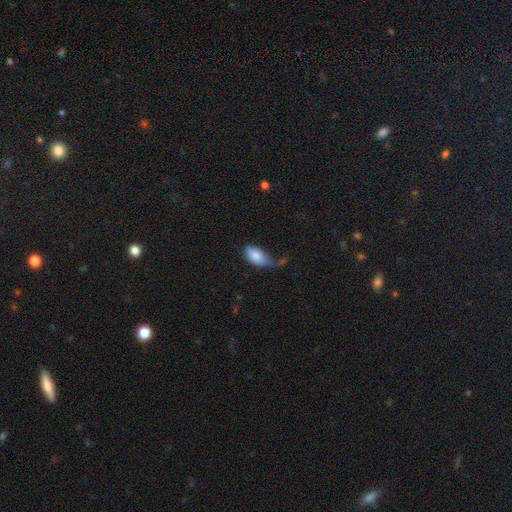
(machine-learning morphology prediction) smooth-or-featured: smooth: 81% | featured or disk: 13% | star or artifact: 7%
  how-rounded: in between: 93% | round: 4% | cigar-shaped: 3%
  merging: minor disturbance: 32% | none: 29% | major disturbance: 29% | merger: 10%